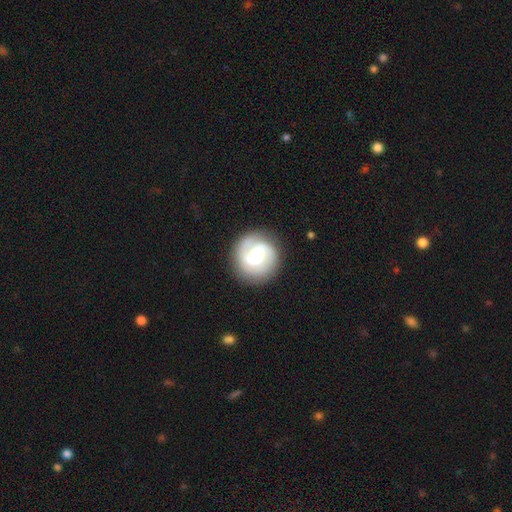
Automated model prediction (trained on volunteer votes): Smooth or featured: featured or disk — 77% (smooth — 18%)
Edge-on disk: no — 98% (yes — 2%)
Bar: weak — 47% (no — 39%)
Spiral arms: yes — 94% (no — 6%)
Spiral winding: medium — 46% (tight — 34%)
Spiral arm count: 2 — 78% (3 — 8%)
Bulge size: moderate — 67% (small — 22%)
Merging: none — 86% (minor disturbance — 9%)